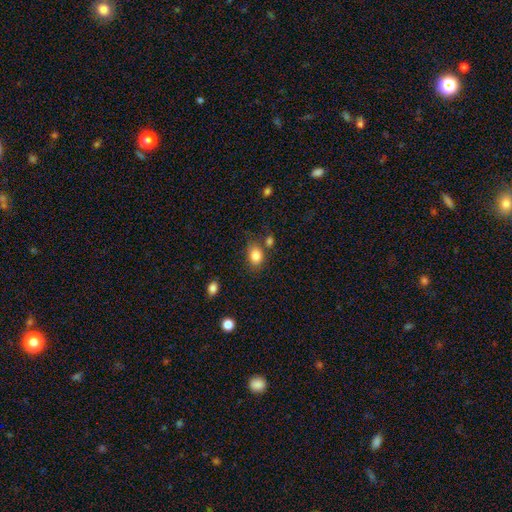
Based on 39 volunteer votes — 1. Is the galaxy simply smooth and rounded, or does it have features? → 87% smooth, 8% star or artifact, 5% featured or disk.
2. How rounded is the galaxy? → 68% in between, 29% round, 3% cigar-shaped.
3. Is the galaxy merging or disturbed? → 56% none, 22% merger, 19% minor disturbance, 3% major disturbance.